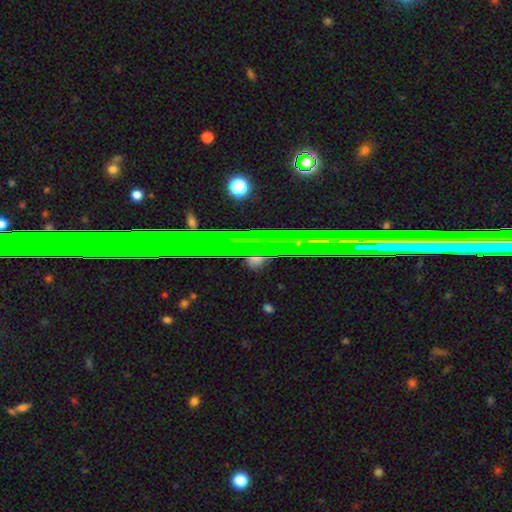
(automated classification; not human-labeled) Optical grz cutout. It shows a star or artifact, not a galaxy (55%).